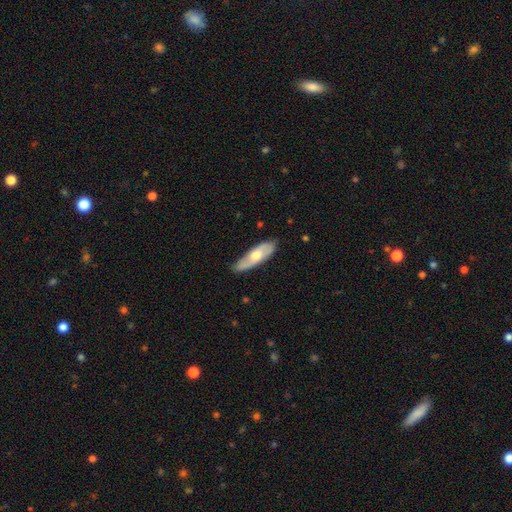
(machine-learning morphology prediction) This is possibly a smooth galaxy (51%). How rounded: possibly in between (58%). Merging: clearly none (81%).